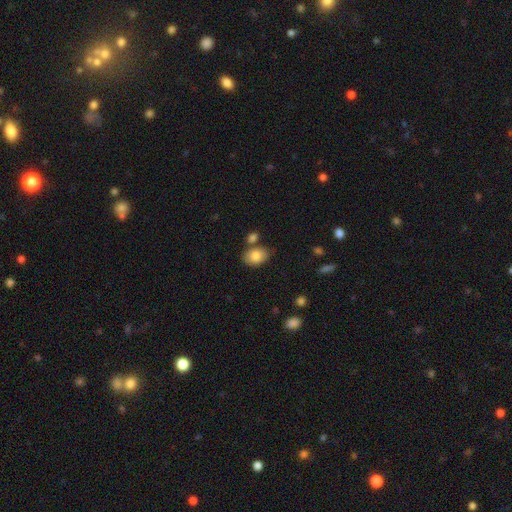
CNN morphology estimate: A smooth galaxy with no disk features (83%) that is in between round and cigar-shaped (79%). Merging: none (67%).